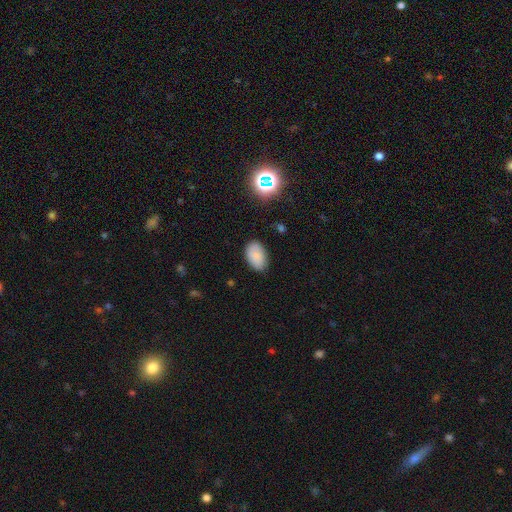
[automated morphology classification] Smooth or featured? Predicted: smooth (p=0.84). How rounded? Predicted: in between (p=0.91). Merging? Predicted: none (p=0.81).